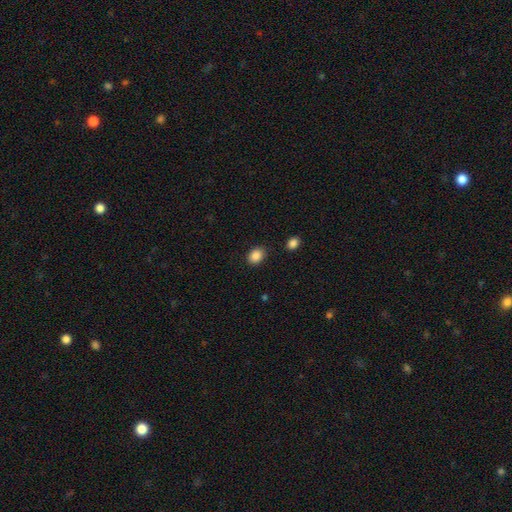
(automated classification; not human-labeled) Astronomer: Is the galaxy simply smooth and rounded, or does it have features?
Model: smooth — 88%.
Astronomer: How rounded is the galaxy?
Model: in between — 60% (runner-up: round, 39%).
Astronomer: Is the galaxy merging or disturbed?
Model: none — 84%.